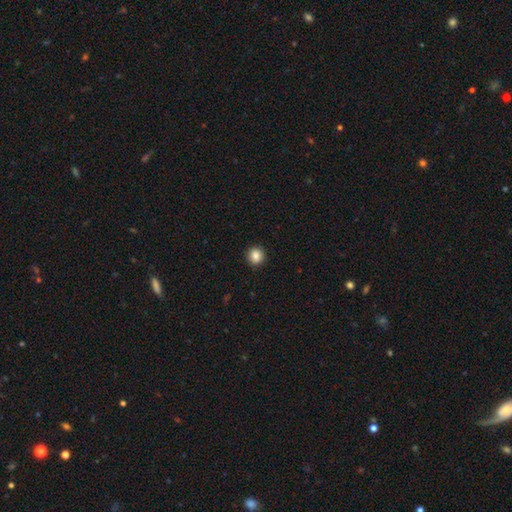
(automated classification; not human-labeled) Smooth or featured? smooth (85%)
How rounded? round (92%)
Merging? none (92%)